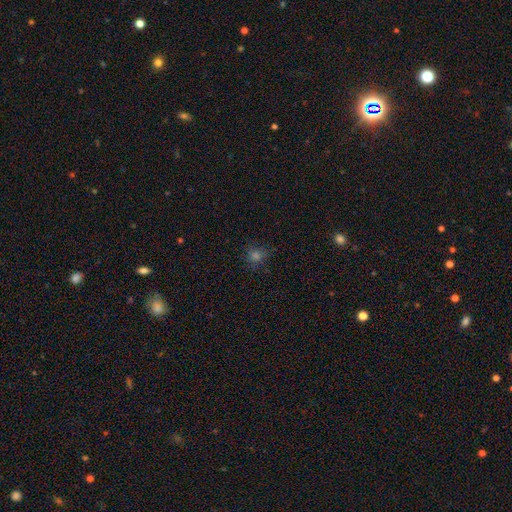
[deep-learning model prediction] Q: Smooth or featured?
A: smooth (66%); runner-up: star or artifact (27%)
Q: How rounded?
A: round (83%); runner-up: in between (16%)
Q: Merging?
A: none (79%); runner-up: minor disturbance (14%)